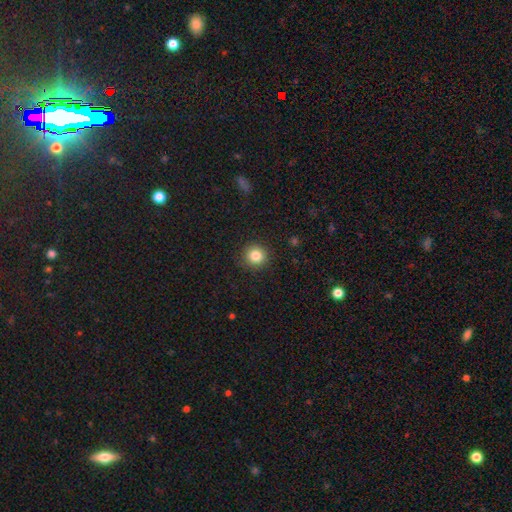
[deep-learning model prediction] A smooth galaxy with no disk features (84%) that is round (94%). Merging: none (91%).